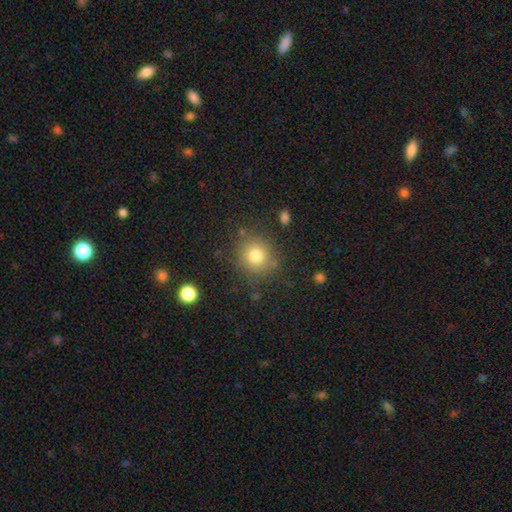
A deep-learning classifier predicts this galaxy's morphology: Q: Smooth or featured?
A: smooth (79%); runner-up: star or artifact (12%)
Q: How rounded?
A: round (89%); runner-up: in between (10%)
Q: Merging?
A: none (82%); runner-up: minor disturbance (11%)